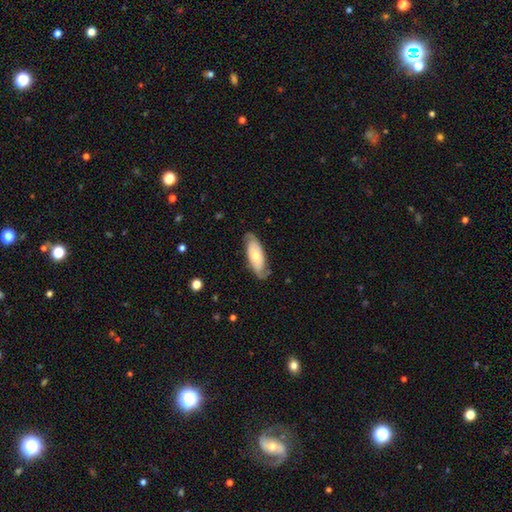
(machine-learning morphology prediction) featured or disk 51%, smooth 43%, star or artifact 5%. Down the decision tree: edge-on disk — no (82%); merging — none (76%).